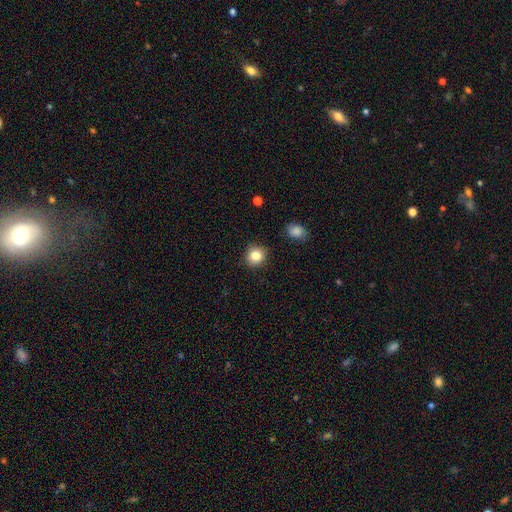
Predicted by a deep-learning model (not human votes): A smooth galaxy with no disk features (84%) that is round (86%).

Vote fractions:
- Smooth or featured? smooth: 84% / star or artifact: 10% / featured or disk: 6%
- How rounded? round: 86% / in between: 13% / cigar-shaped: 1%
- Merging? none: 87% / minor disturbance: 9% / major disturbance: 2% / merger: 2%